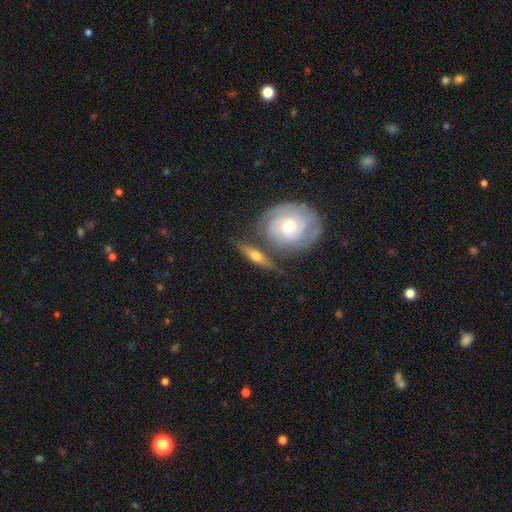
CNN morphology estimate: Smooth or featured? Predicted: featured or disk (p=0.53). Edge-on disk? Predicted: yes (p=0.50, tied with no). Merging? Predicted: none (p=0.59).